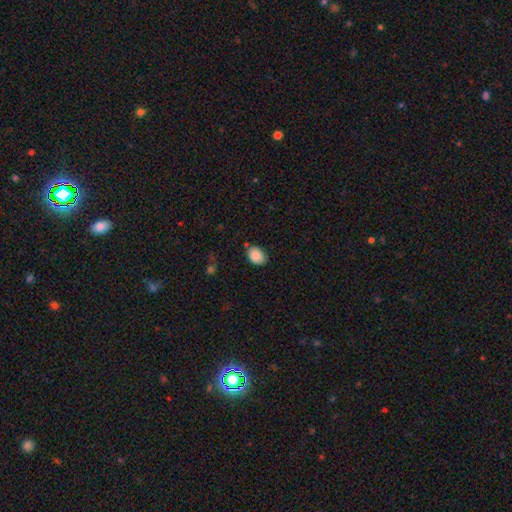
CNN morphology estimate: Smooth or featured: smooth — 88% (star or artifact — 8%)
How rounded: in between — 78% (round — 21%)
Merging: none — 75% (minor disturbance — 18%)